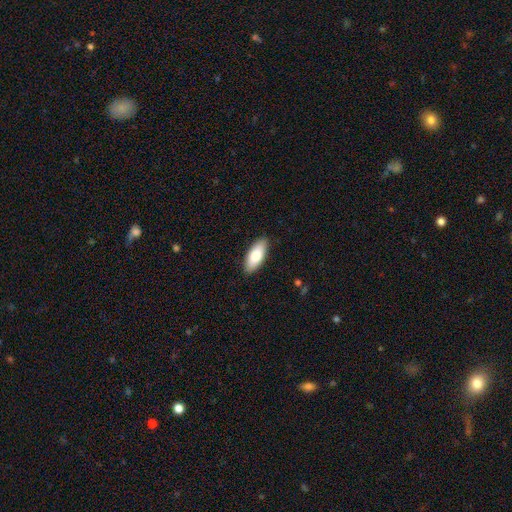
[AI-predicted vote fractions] smooth_or_featured: smooth (p=0.77) [alt: featured or disk p=0.17]
how_rounded: in between (p=0.82) [alt: cigar-shaped p=0.16]
merging: none (p=0.89) [alt: minor disturbance p=0.08]